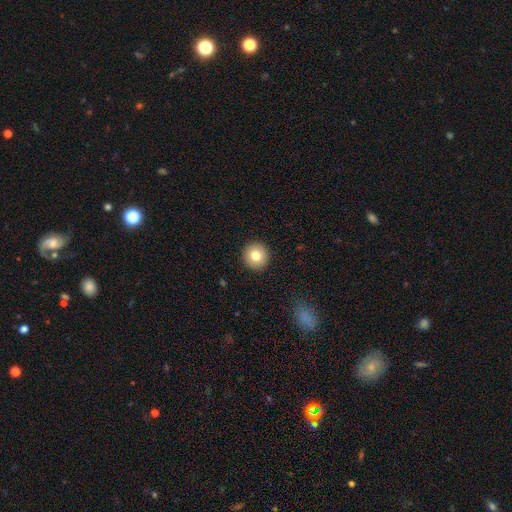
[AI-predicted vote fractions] smooth-or-featured: smooth: 80% | featured or disk: 10% | star or artifact: 10%
  how-rounded: round: 95% | in between: 4% | cigar-shaped: 1%
  merging: none: 93% | minor disturbance: 5% | major disturbance: 2% | merger: 1%